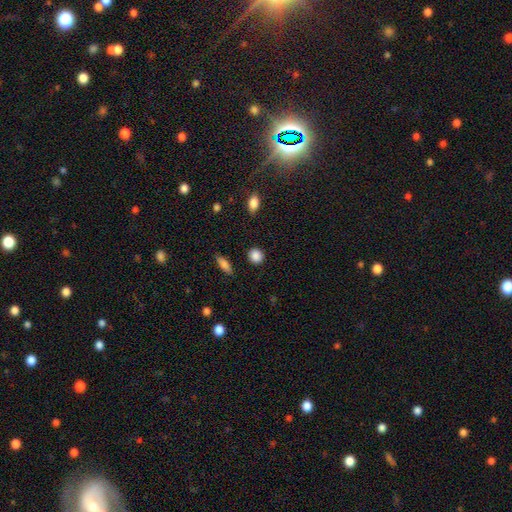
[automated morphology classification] A smooth galaxy with no disk features (88%) that is round (84%). Merging: none (89%).